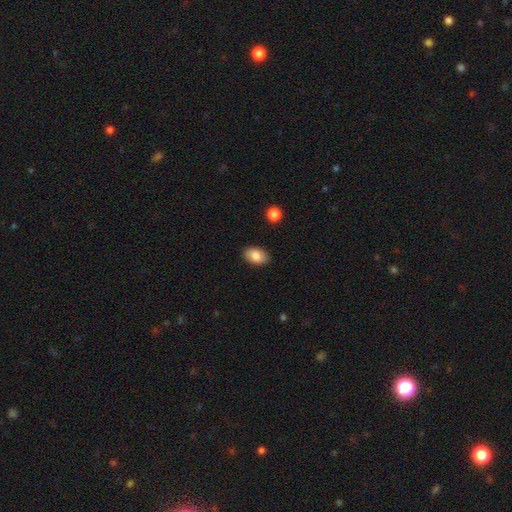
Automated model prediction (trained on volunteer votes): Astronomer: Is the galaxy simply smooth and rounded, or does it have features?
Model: smooth — 85%.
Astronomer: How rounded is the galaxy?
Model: in between — 90%.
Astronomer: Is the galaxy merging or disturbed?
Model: none — 89%.